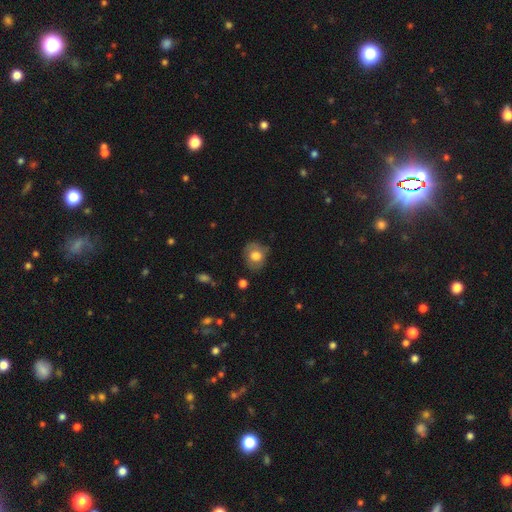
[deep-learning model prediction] The model was most divided on "how rounded": round: 65%, in between: 34%, cigar-shaped: 1%. More confident: merging — none (69%); smooth or featured — smooth (68%).